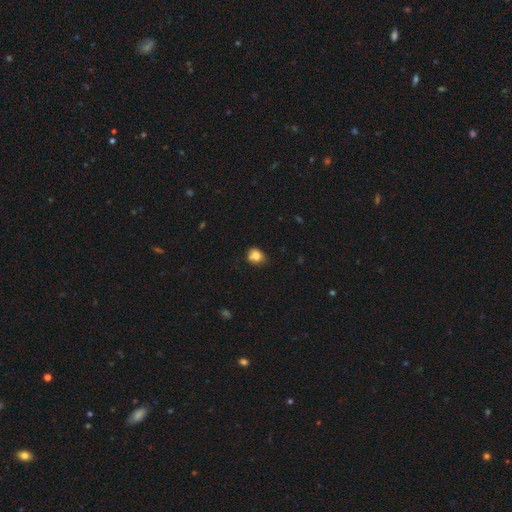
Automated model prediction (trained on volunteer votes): smooth-or-featured: smooth: 80% | star or artifact: 11% | featured or disk: 9%
  how-rounded: round: 66% | in between: 33% | cigar-shaped: 1%
  merging: none: 61% | minor disturbance: 25% | merger: 8% | major disturbance: 5%